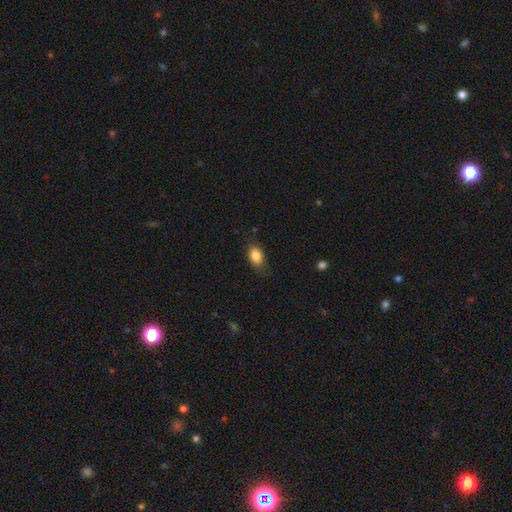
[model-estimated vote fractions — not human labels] Q: Smooth or featured?
A: smooth (85%); runner-up: star or artifact (8%)
Q: How rounded?
A: in between (84%); runner-up: round (14%)
Q: Merging?
A: none (74%); runner-up: minor disturbance (20%)